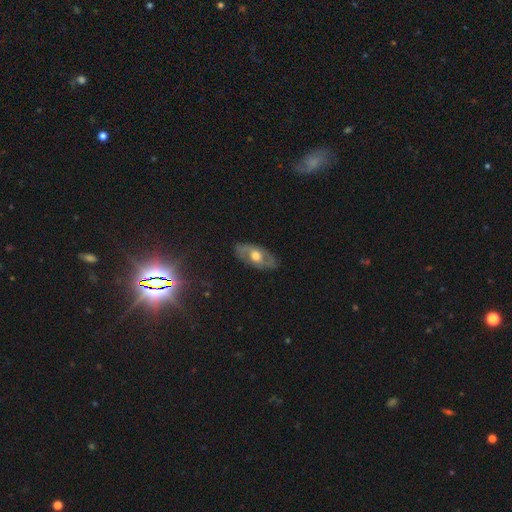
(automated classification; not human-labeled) Smooth or featured?
  - featured or disk: 60% *
  - smooth: 34%
  - star or artifact: 6%
Edge-on disk?
  - no: 83% *
  - yes: 17%
Merging?
  - none: 81% *
  - minor disturbance: 15%
  - major disturbance: 3%
  - merger: 1%